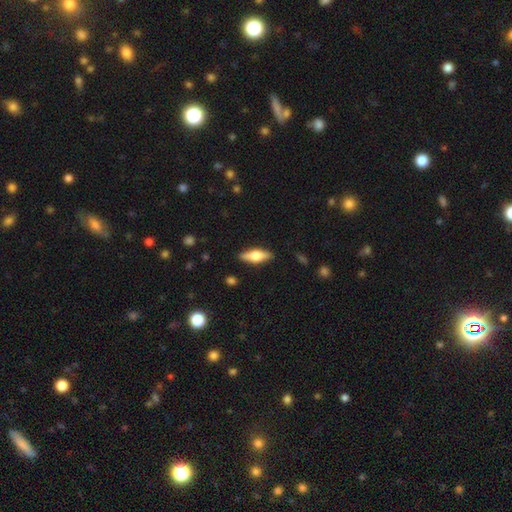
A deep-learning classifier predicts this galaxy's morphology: Overall: featured or disk (53%; smooth 41%). Edge-on disk: yes (94%). Merging: none (88%).